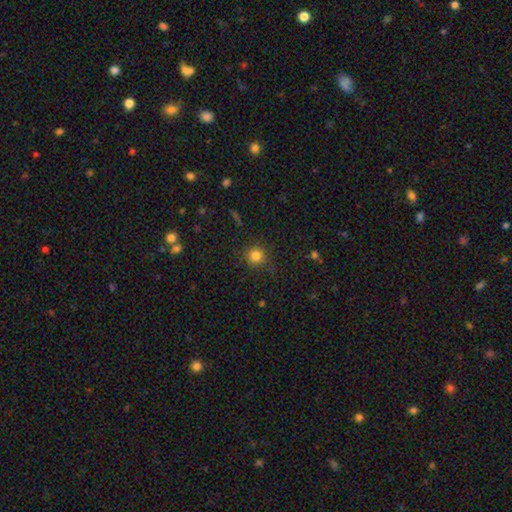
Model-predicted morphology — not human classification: smooth_or_featured: smooth (p=0.82) [alt: star or artifact p=0.13]
how_rounded: round (p=0.92) [alt: in between p=0.07]
merging: none (p=0.87) [alt: minor disturbance p=0.08]